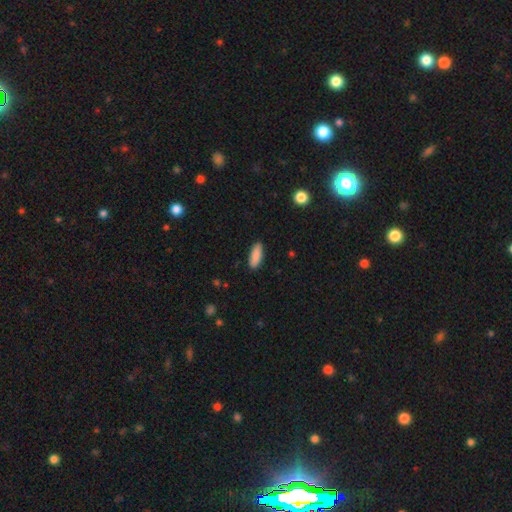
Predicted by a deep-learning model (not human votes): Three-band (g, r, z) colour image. It shows a smooth galaxy with no disk features (89%) that is in between round and cigar-shaped (63%). Merging: none (89%).